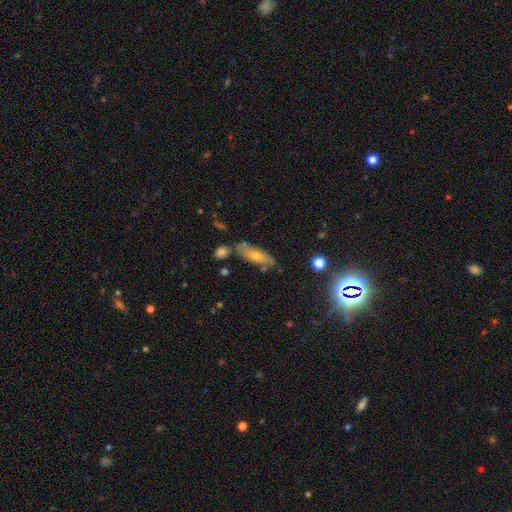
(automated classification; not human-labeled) The model was most divided on "smooth or featured": smooth: 49%, featured or disk: 38%, star or artifact: 13%. More confident: merging — none (69%).